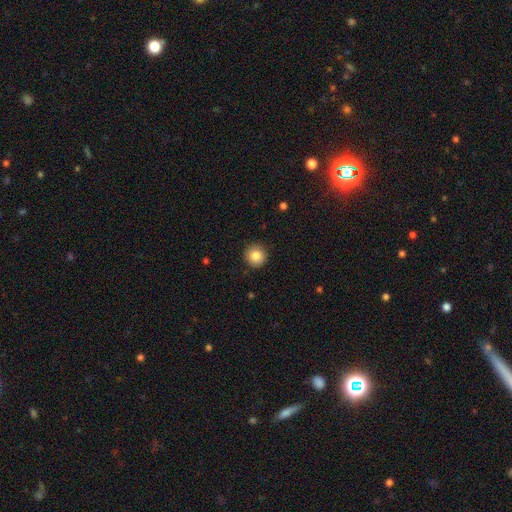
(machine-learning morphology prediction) smooth_or_featured: smooth (p=0.85) [alt: star or artifact p=0.09]
how_rounded: round (p=0.94) [alt: in between p=0.05]
merging: none (p=0.90) [alt: minor disturbance p=0.07]